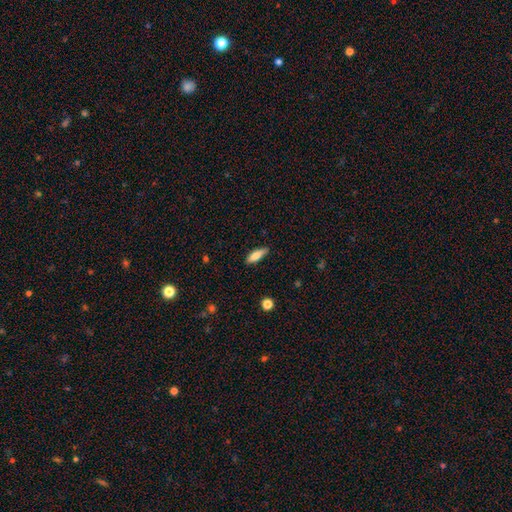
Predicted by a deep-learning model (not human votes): This is likely a smooth galaxy (75%). How rounded: possibly cigar-shaped (51%). Merging: clearly none (84%).